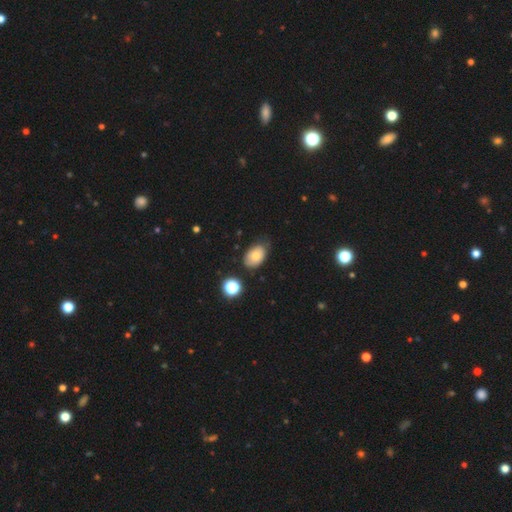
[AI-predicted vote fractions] The model was most divided on "merging": none: 65%, minor disturbance: 27%, major disturbance: 5%, merger: 3%. More confident: how rounded — in between (86%); smooth or featured — smooth (74%).